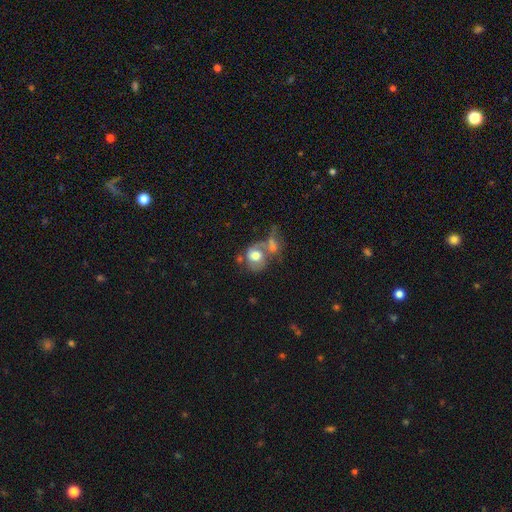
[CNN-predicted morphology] Q: Smooth or featured?
A: smooth (55%); runner-up: featured or disk (37%)
Q: How rounded?
A: round (59%); runner-up: in between (40%)
Q: Merging?
A: merger (49%); runner-up: none (22%)